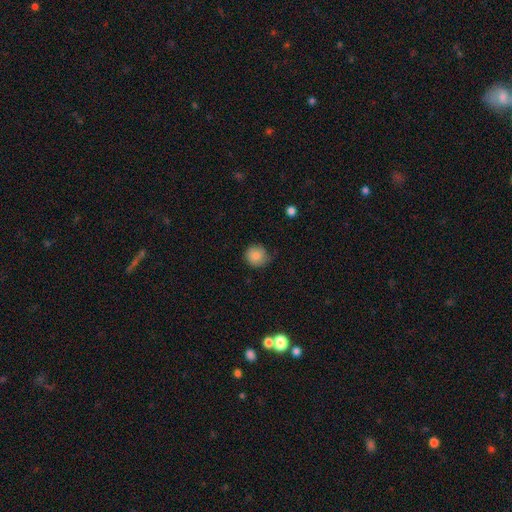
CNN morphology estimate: Smooth or featured? smooth (84%)
How rounded? round (91%)
Merging? none (68%)